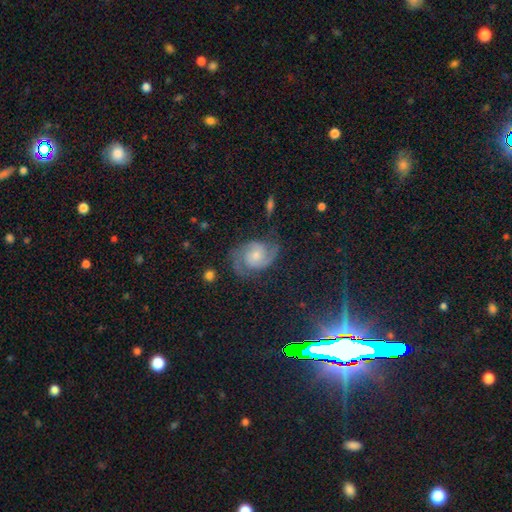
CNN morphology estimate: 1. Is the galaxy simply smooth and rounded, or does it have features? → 80% featured or disk, 10% smooth, 9% star or artifact.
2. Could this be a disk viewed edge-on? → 98% no, 2% yes.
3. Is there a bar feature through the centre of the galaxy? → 64% no, 31% weak, 5% strong.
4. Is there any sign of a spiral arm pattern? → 97% yes, 3% no.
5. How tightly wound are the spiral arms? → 53% medium, 32% tight, 15% loose.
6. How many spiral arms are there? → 88% 2, 5% can't tell, 3% 3, 2% 1, 1% 4, 1% more than 4.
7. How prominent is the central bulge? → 47% small, 40% moderate, 6% large, 6% none, 2% dominant.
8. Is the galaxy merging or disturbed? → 71% none, 19% minor disturbance, 9% major disturbance, 2% merger.